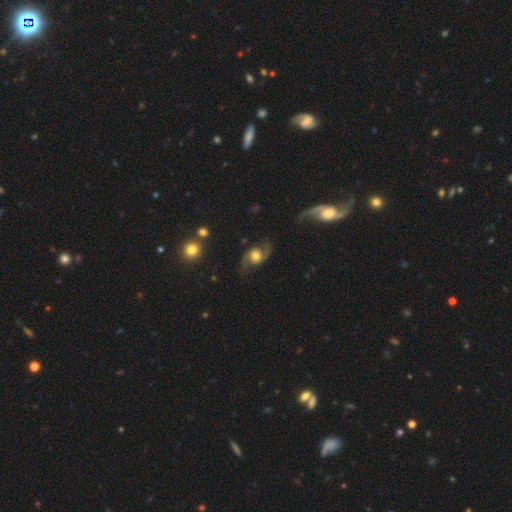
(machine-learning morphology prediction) smooth_or_featured: featured or disk (p=0.81) [alt: smooth p=0.12]
disk_edge_on: no (p=0.97) [alt: yes p=0.03]
bar: no (p=0.62) [alt: weak p=0.31]
has_spiral_arms: yes (p=0.95) [alt: no p=0.05]
spiral_winding: loose (p=0.61) [alt: medium p=0.32]
spiral_arm_count: 2 (p=0.93) [alt: can't tell p=0.02]
bulge_size: moderate (p=0.52) [alt: large p=0.31]
merging: none (p=0.73) [alt: minor disturbance p=0.15]